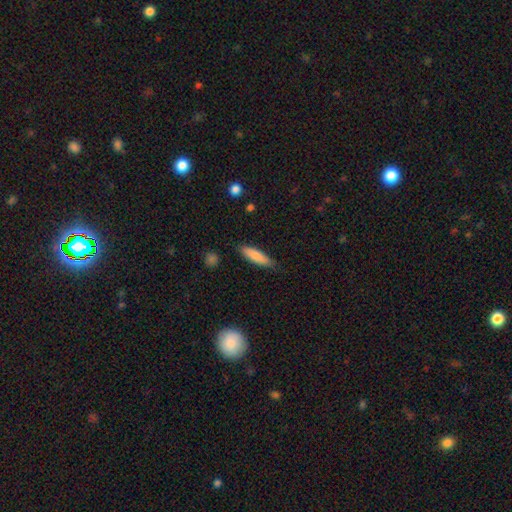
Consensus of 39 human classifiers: Overall: smooth (85%). How rounded: cigar-shaped (58%; in between 42%). Merging: none (87%).